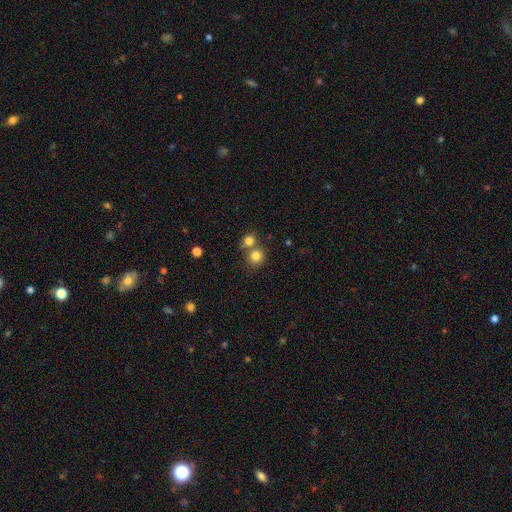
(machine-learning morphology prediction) Q: Smooth or featured?
A: smooth (81%); runner-up: star or artifact (12%)
Q: How rounded?
A: round (86%); runner-up: in between (13%)
Q: Merging?
A: none (53%); runner-up: merger (36%)